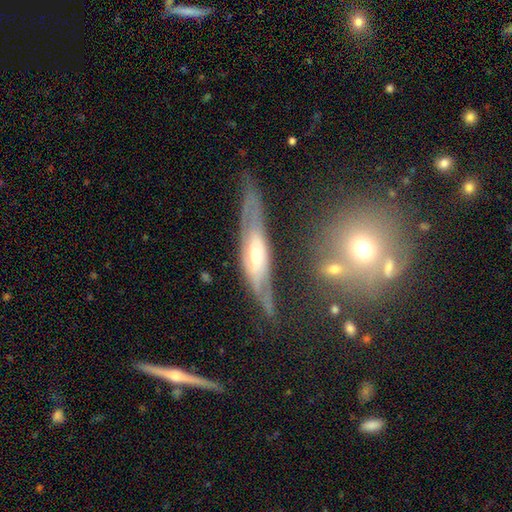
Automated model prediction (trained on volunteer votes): featured or disk 76%, smooth 17%, star or artifact 8%. Down the decision tree: edge-on disk — yes (54%); merging — none (64%).